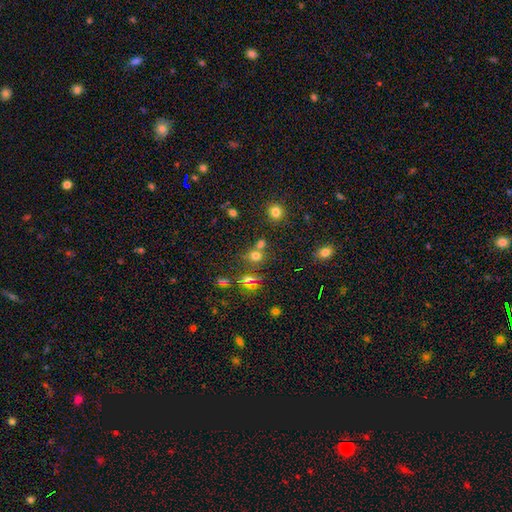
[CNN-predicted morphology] Smooth or featured: smooth — 64% (star or artifact — 27%)
How rounded: round — 80% (in between — 18%)
Merging: none — 56% (merger — 30%)